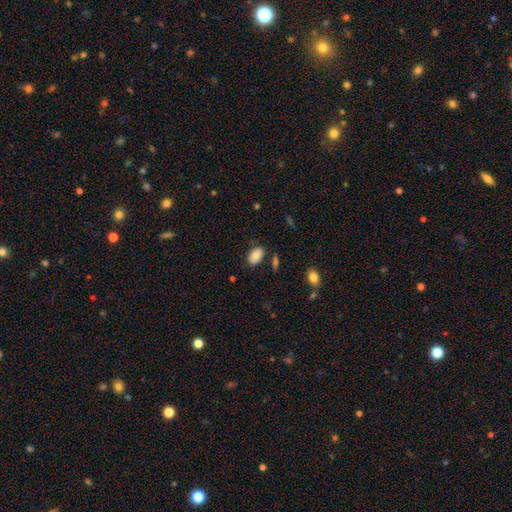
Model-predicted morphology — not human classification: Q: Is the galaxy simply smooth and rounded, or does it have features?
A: smooth — 83%.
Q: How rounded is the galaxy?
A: in between — 93%.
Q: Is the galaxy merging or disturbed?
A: none — 79%.